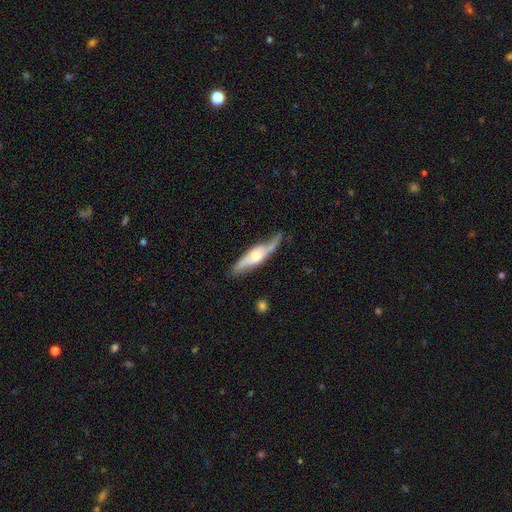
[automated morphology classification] Smooth or featured? Predicted: featured or disk (p=0.65). Edge-on disk? Predicted: yes (p=0.62). Merging? Predicted: none (p=0.59).